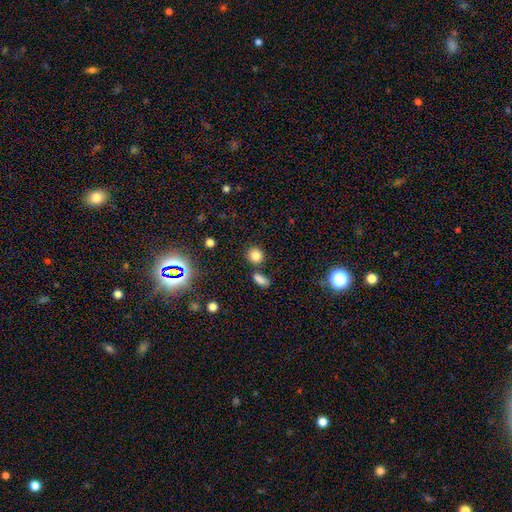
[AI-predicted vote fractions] Smooth or featured? smooth (82%)
How rounded? round (83%)
Merging? none (76%)